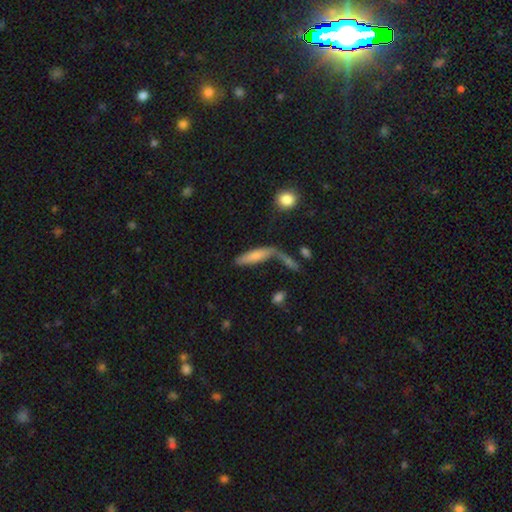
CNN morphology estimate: A smooth galaxy with no disk features (68%) that is cigar-shaped (63%). Merging: none (35%).